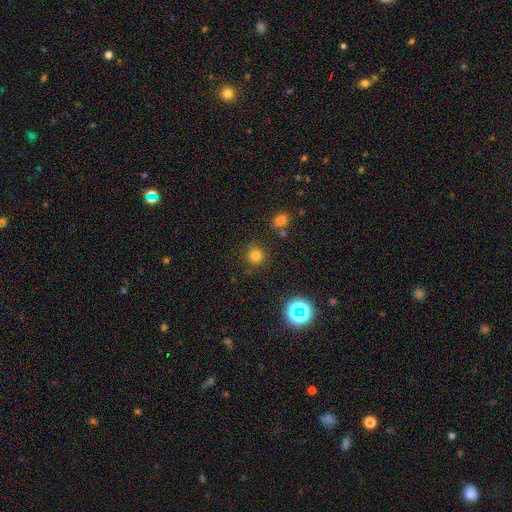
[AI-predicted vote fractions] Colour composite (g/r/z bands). It shows a smooth galaxy with no disk features (76%) that is round (92%). Merging: none (83%).